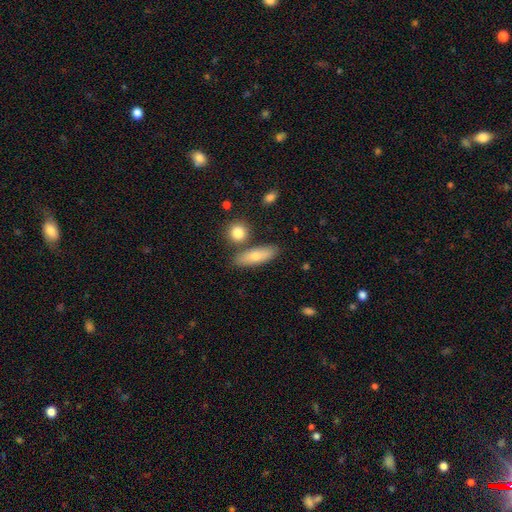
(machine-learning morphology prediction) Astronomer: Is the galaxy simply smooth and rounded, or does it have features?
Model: smooth — 69%.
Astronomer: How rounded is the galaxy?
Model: cigar-shaped — 50% (runner-up: in between, 45%).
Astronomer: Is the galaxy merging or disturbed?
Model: none — 78%.